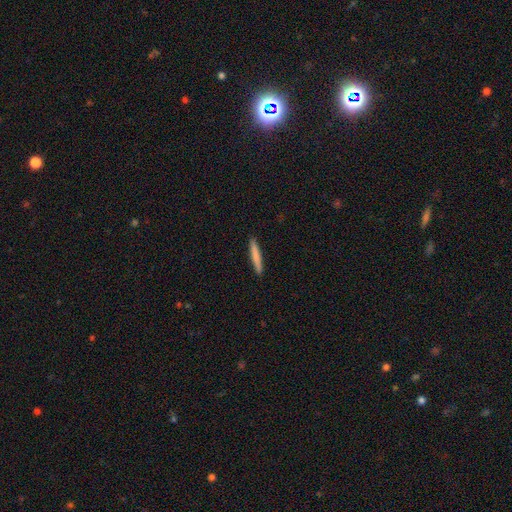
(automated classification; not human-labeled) Q: Smooth or featured?
A: smooth (78%); runner-up: featured or disk (17%)
Q: How rounded?
A: cigar-shaped (95%); runner-up: in between (4%)
Q: Merging?
A: none (91%); runner-up: minor disturbance (6%)